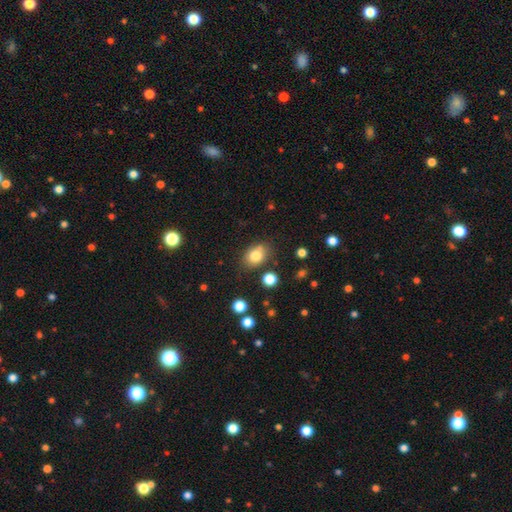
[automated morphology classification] Smooth or featured? smooth (80%)
How rounded? in between (61%)
Merging? none (71%)